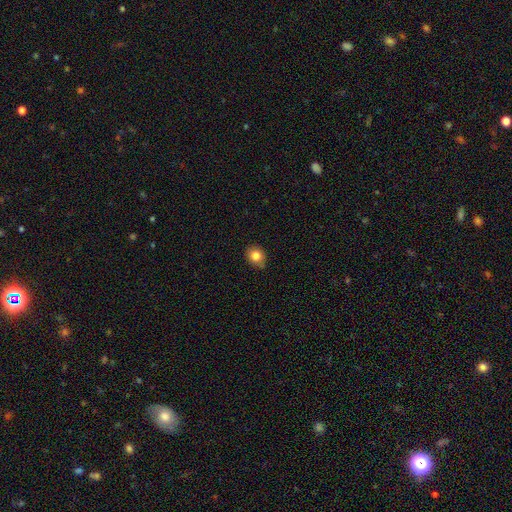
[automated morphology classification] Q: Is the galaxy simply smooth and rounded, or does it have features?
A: smooth — 82%.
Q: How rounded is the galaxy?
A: round — 56%.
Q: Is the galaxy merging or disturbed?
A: none — 80%.